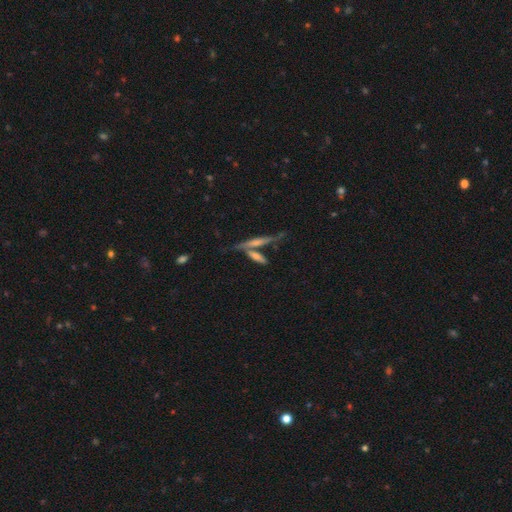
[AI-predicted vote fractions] The model was most divided on "smooth or featured": featured or disk: 48%, smooth: 43%, star or artifact: 9%. More confident: merging — none (56%).